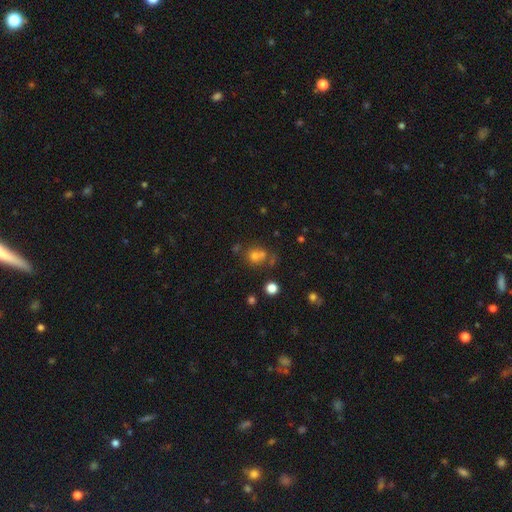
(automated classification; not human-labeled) This is likely a smooth galaxy (65%). How rounded: likely round (73%). Merging: marginally none (44%).